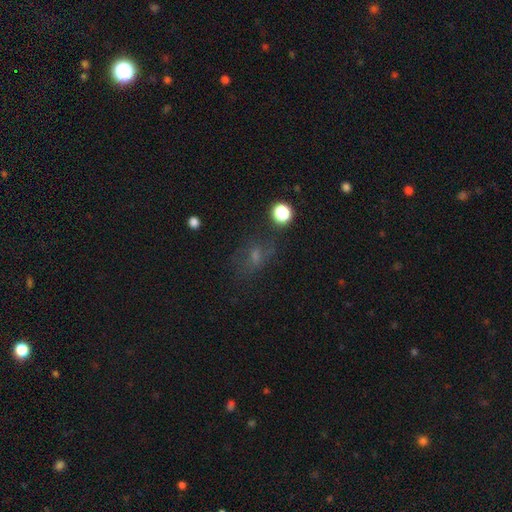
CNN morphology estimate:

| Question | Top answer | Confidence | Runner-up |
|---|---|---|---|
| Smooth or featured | smooth | 47% | star or artifact (29%) |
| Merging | none | 58% | minor disturbance (20%) |